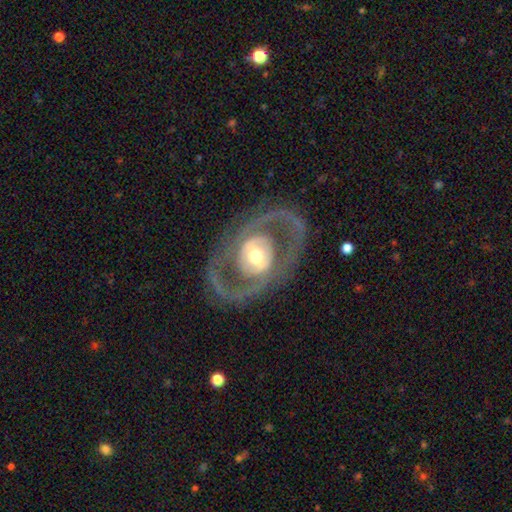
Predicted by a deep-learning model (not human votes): A featured or disk galaxy (82%) with no bar (57%), spiral arms (61%) and a moderate central bulge (65%).

Vote fractions:
- Smooth or featured? featured or disk: 82% / smooth: 14% / star or artifact: 5%
- Edge-on disk? no: 94% / yes: 6%
- Bar? no: 57% / weak: 27% / strong: 16%
- Spiral arms? yes: 61% / no: 39%
- Bulge size? moderate: 65% / large: 21% / small: 11% / dominant: 2% / none: 1%
- Merging? none: 74% / major disturbance: 13% / minor disturbance: 12% / merger: 1%